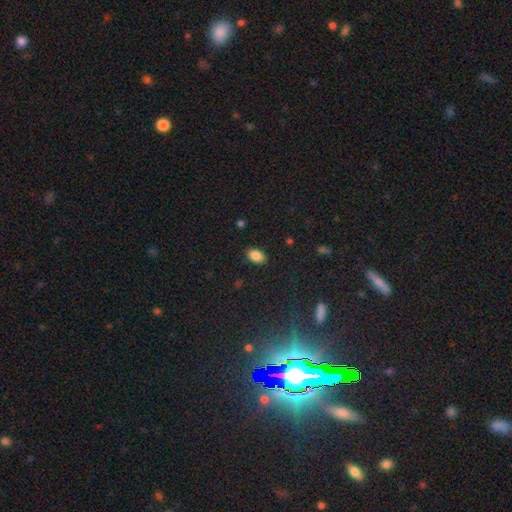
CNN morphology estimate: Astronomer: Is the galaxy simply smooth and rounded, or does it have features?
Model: smooth — 86%.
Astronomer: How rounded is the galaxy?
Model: in between — 89%.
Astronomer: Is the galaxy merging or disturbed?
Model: none — 87%.